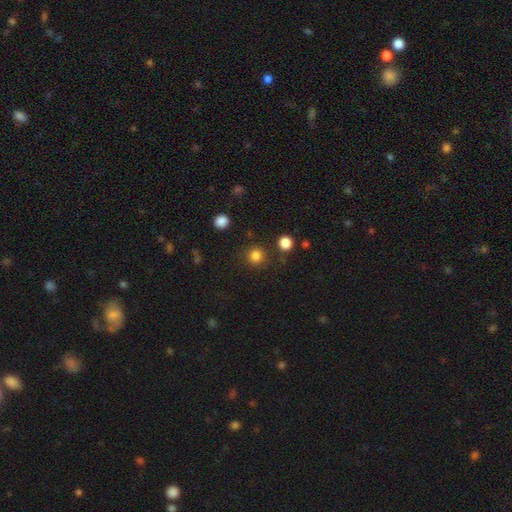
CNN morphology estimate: This appears to be a smooth galaxy with no disk features (83%) that is round (93%). Merging: none (87%).